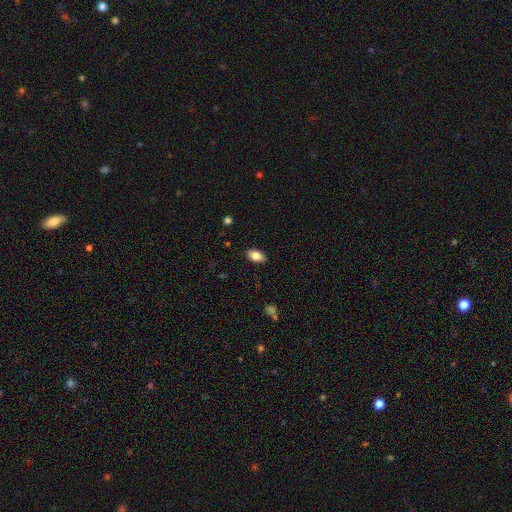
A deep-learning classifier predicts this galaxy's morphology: A smooth galaxy with no disk features (83%) that is in between round and cigar-shaped (90%). Merging: none (87%).